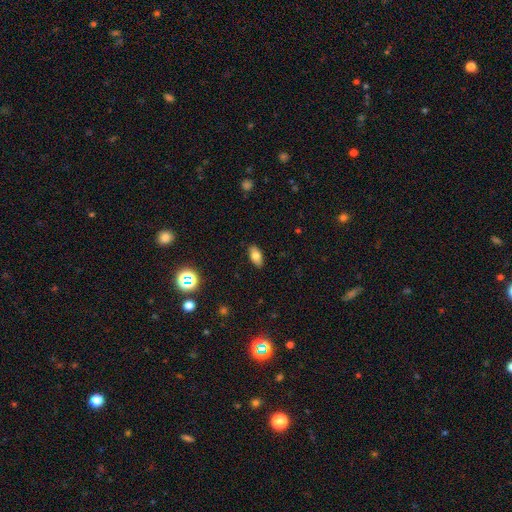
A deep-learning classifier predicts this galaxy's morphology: Smooth or featured?
  - smooth: 76% *
  - featured or disk: 13%
  - star or artifact: 10%
How rounded?
  - in between: 90% *
  - cigar-shaped: 6%
  - round: 4%
Merging?
  - none: 88% *
  - minor disturbance: 9%
  - major disturbance: 2%
  - merger: 1%